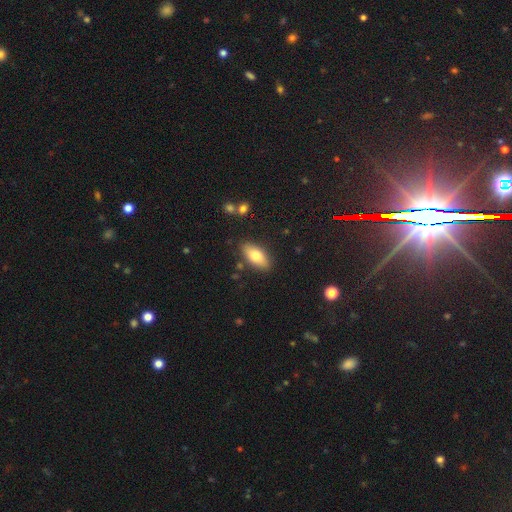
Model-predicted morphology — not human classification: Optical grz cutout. It shows a smooth galaxy with no disk features (75%) that is in between round and cigar-shaped (86%). Merging: none (85%).